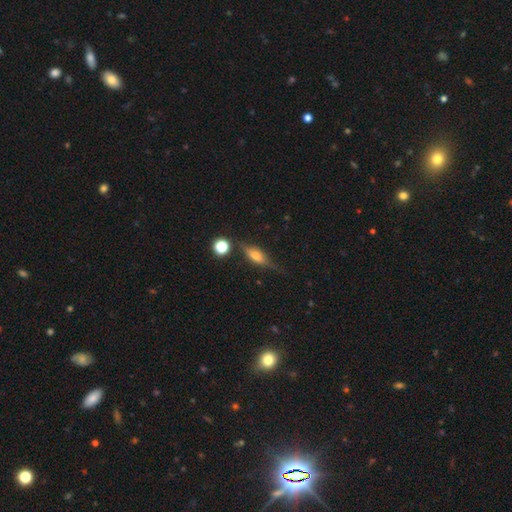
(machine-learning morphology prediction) smooth_or_featured: featured or disk (p=0.61) [alt: smooth p=0.29]
disk_edge_on: yes (p=0.92) [alt: no p=0.08]
edge_on_bulge: rounded (p=0.84) [alt: boxy p=0.12]
merging: none (p=0.75) [alt: minor disturbance p=0.16]